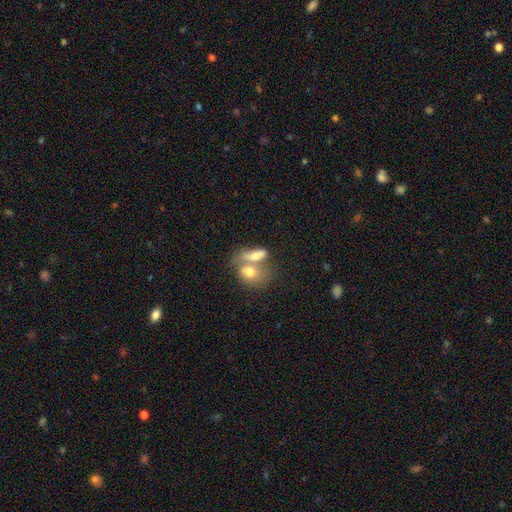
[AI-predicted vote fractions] Smooth or featured? smooth (69%)
How rounded? in between (74%)
Merging? merger (67%)